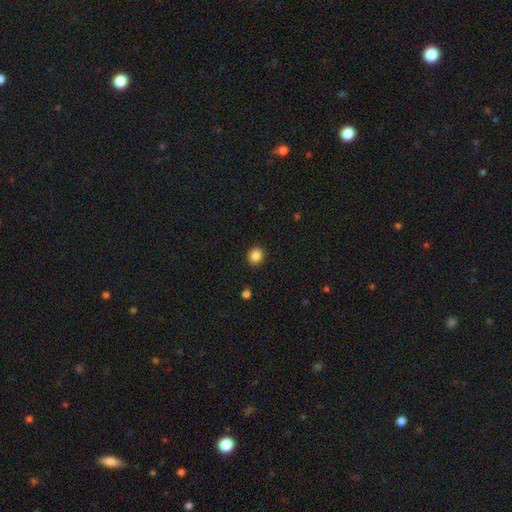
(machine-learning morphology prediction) This appears to be a smooth galaxy with no disk features (86%) that is round (77%). Merging: none (91%).